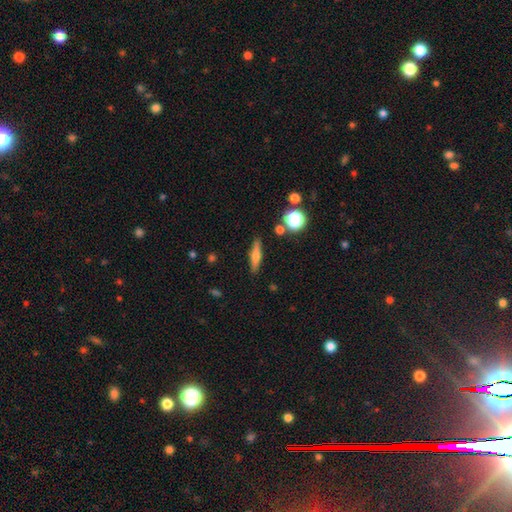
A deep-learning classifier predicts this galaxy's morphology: A smooth galaxy with no disk features (51%) that is cigar-shaped (75%). Merging: none (86%).